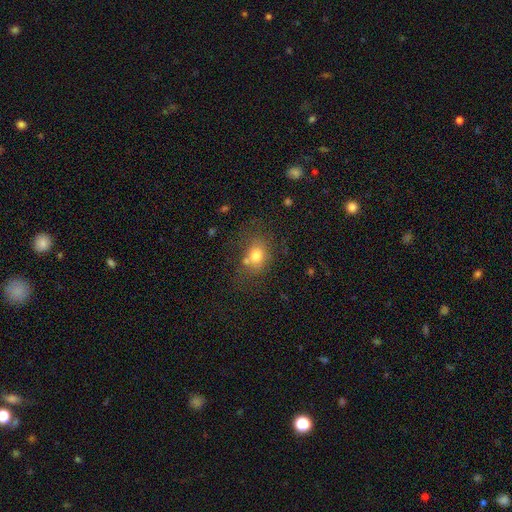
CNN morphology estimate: Smooth or featured: smooth — 74% (featured or disk — 13%)
How rounded: in between — 53% (round — 46%)
Merging: none — 59% (minor disturbance — 18%)